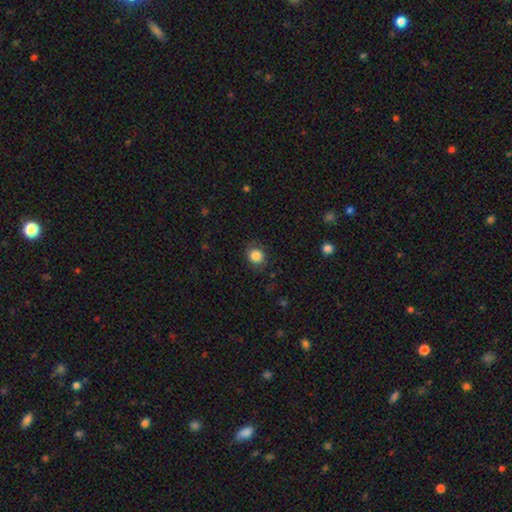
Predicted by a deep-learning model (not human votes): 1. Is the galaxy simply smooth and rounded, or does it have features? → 84% smooth, 9% star or artifact, 7% featured or disk.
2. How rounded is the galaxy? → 71% round, 28% in between, 1% cigar-shaped.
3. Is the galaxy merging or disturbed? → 79% none, 15% minor disturbance, 5% major disturbance, 1% merger.